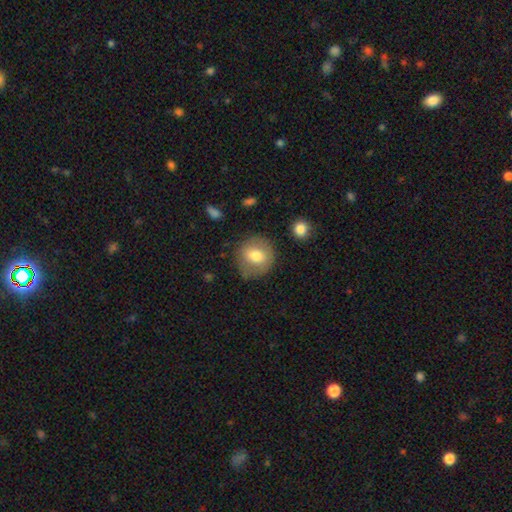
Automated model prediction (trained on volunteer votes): smooth-or-featured: smooth: 73% | featured or disk: 19% | star or artifact: 8%
  how-rounded: round: 87% | in between: 12% | cigar-shaped: 1%
  merging: none: 76% | minor disturbance: 17% | major disturbance: 5% | merger: 2%